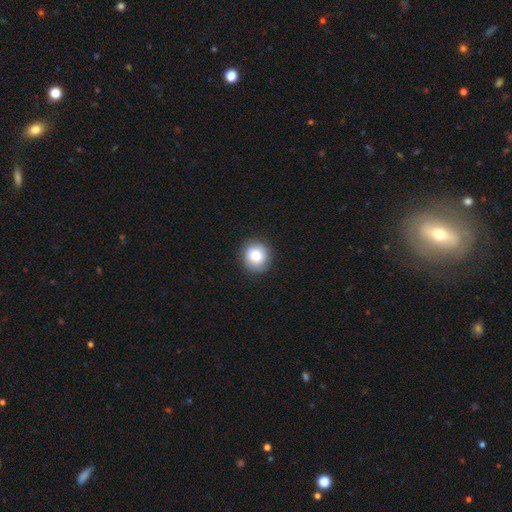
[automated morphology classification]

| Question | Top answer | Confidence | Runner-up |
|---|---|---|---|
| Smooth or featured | smooth | 83% | featured or disk (9%) |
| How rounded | round | 83% | in between (16%) |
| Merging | none | 87% | minor disturbance (10%) |